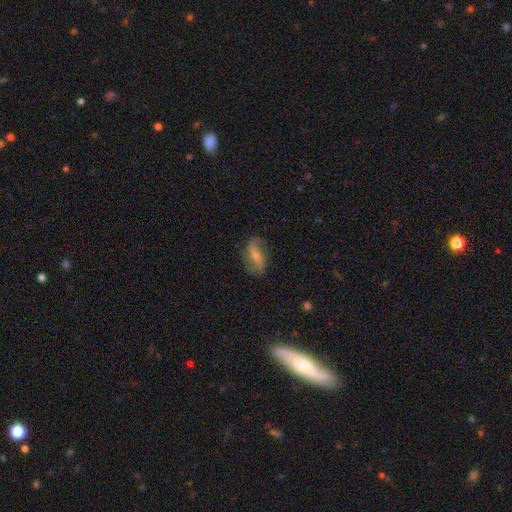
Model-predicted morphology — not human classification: featured or disk 59%, smooth 34%, star or artifact 7%. Down the decision tree: edge-on disk — no (91%); bar — strong (34%, tied with weak); spiral arms — yes (82%); bulge size — small (57%); merging — none (72%).